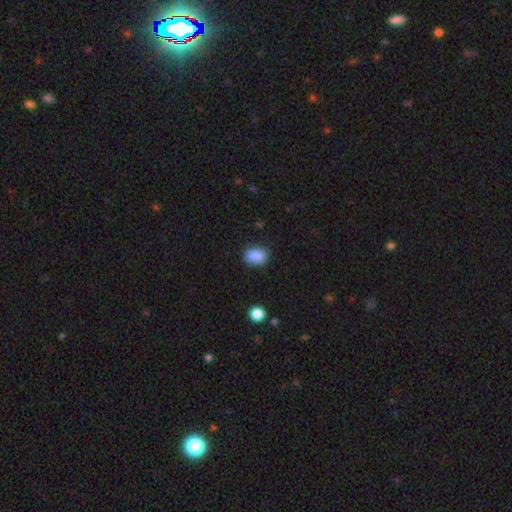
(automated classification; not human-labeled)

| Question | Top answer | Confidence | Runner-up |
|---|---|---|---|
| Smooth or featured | smooth | 88% | star or artifact (9%) |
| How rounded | in between | 80% | round (19%) |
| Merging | none | 82% | minor disturbance (14%) |